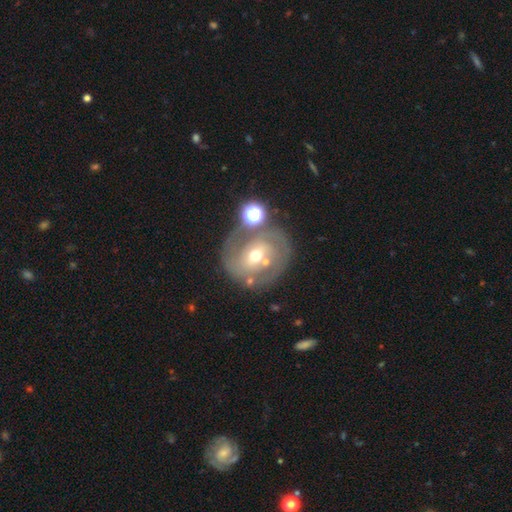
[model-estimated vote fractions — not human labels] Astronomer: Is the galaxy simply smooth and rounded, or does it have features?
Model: featured or disk — 64%.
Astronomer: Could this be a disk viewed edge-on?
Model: no — 96%.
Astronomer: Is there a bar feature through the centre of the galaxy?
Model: no — 51% (runner-up: weak, 35%).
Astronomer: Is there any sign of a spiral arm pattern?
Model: yes — 69%.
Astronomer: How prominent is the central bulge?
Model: moderate — 62%.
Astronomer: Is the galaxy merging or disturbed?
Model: none — 63%.